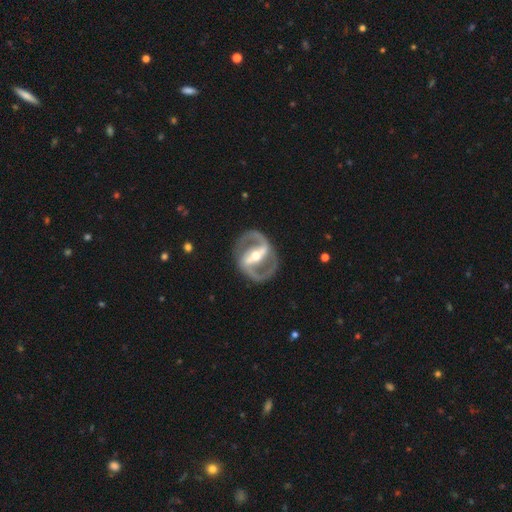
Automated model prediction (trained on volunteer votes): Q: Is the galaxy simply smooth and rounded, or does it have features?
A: featured or disk — 91%.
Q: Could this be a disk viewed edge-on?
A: no — 96%.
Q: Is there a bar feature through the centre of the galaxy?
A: strong — 74%.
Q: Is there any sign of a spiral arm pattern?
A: yes — 92%.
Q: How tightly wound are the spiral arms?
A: medium — 57%.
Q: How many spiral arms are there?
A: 2 — 93%.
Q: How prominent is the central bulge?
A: moderate — 62%.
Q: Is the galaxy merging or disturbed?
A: none — 86%.